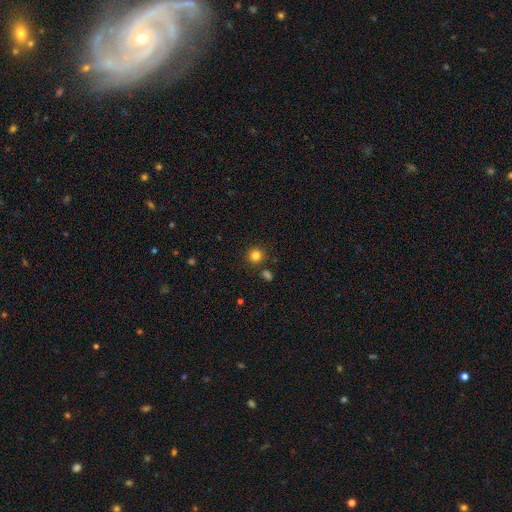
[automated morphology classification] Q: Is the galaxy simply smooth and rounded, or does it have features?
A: smooth — 82%.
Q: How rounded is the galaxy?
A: round — 93%.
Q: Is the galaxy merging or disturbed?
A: none — 87%.